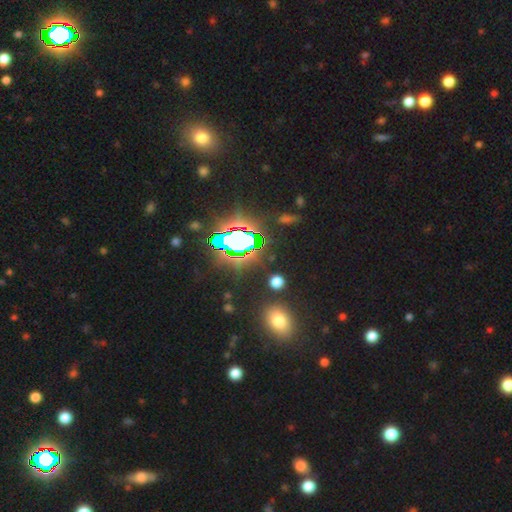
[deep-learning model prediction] Smooth or featured: star or artifact — 69% (smooth — 23%)